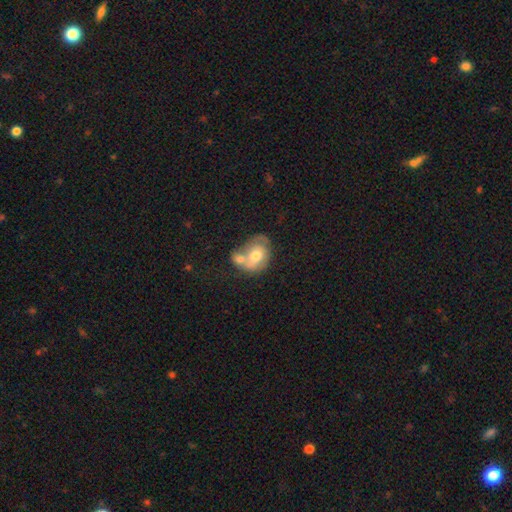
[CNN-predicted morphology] smooth-or-featured: smooth: 60% | featured or disk: 33% | star or artifact: 7%
  how-rounded: in between: 55% | round: 44% | cigar-shaped: 1%
  merging: merger: 59% | none: 21% | minor disturbance: 13% | major disturbance: 8%